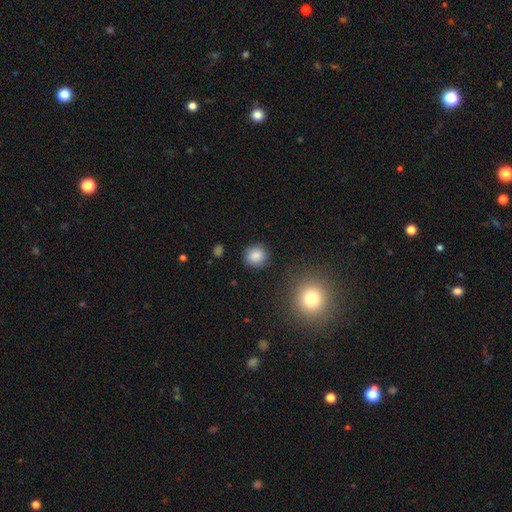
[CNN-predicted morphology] Q: Smooth or featured?
A: smooth (85%); runner-up: star or artifact (10%)
Q: How rounded?
A: round (88%); runner-up: in between (11%)
Q: Merging?
A: none (89%); runner-up: minor disturbance (7%)